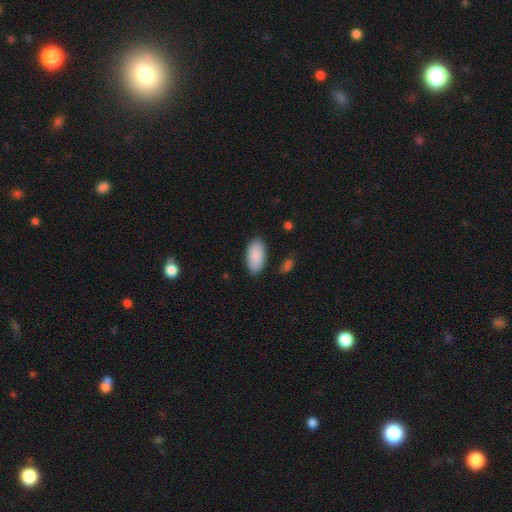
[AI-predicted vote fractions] Smooth or featured? Predicted: smooth (p=0.90). How rounded? Predicted: in between (p=0.95). Merging? Predicted: none (p=0.86).